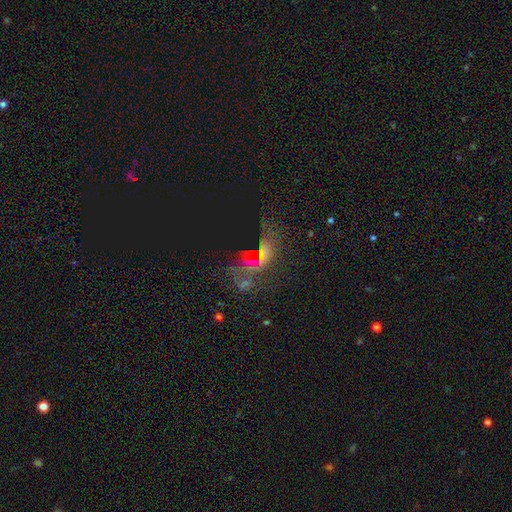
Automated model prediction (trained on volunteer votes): Smooth or featured? Predicted: star or artifact (p=0.62).